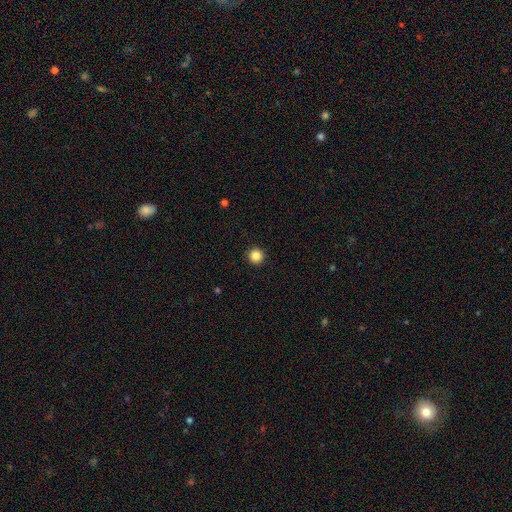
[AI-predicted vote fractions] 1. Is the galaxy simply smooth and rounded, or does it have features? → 86% smooth, 11% star or artifact, 3% featured or disk.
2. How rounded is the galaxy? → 96% round, 3% in between, 1% cigar-shaped.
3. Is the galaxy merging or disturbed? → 93% none, 4% minor disturbance, 1% major disturbance, 1% merger.